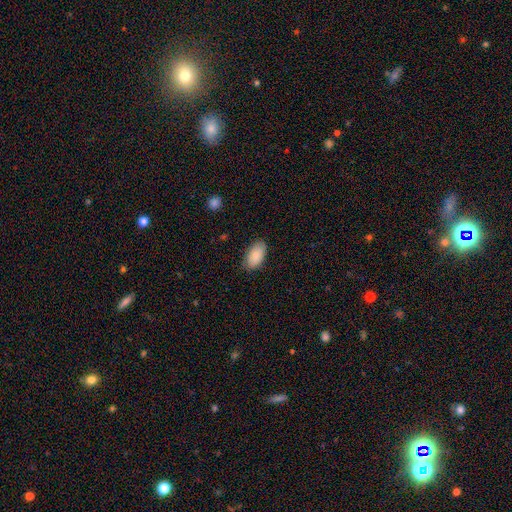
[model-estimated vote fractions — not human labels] Overall: smooth (85%). How rounded: in between (94%). Merging: none (83%).